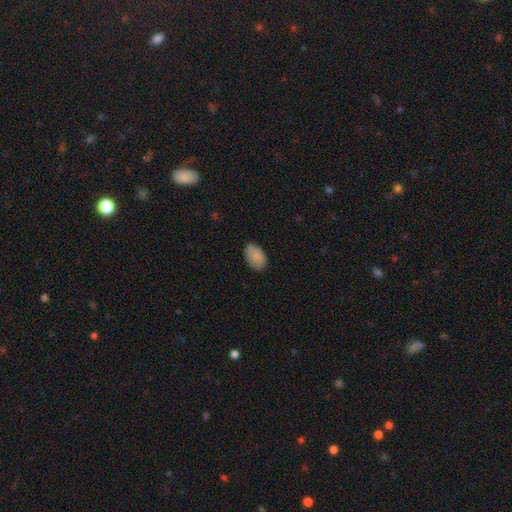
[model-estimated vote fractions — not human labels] Q: Smooth or featured?
A: smooth (85%); runner-up: featured or disk (8%)
Q: How rounded?
A: in between (90%); runner-up: round (9%)
Q: Merging?
A: none (79%); runner-up: minor disturbance (17%)